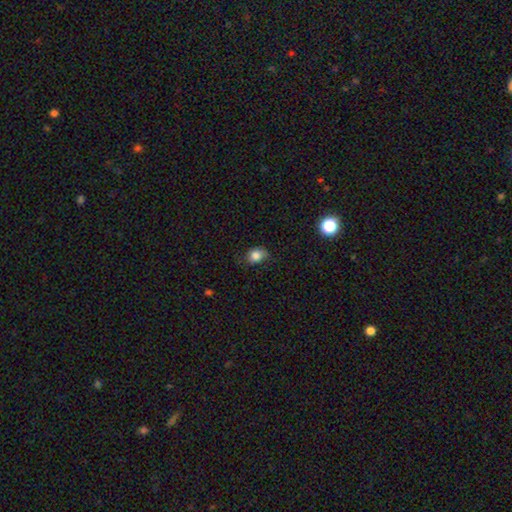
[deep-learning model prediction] Smooth or featured: smooth — 83% (star or artifact — 10%)
How rounded: in between — 53% (round — 46%)
Merging: none — 67% (minor disturbance — 26%)